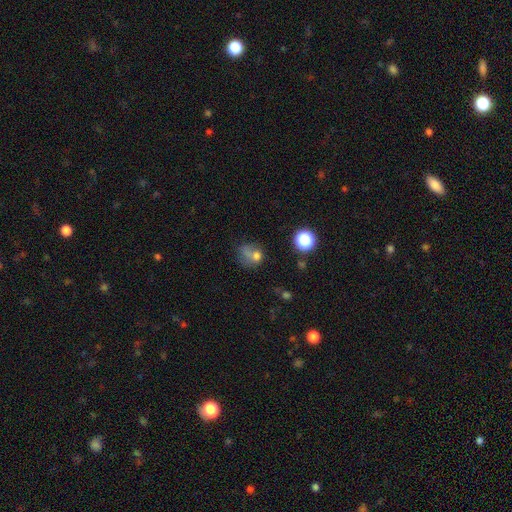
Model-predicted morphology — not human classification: Overall: smooth (65%). How rounded: round (62%; in between 36%). Merging: none (32%; major disturbance 26%).